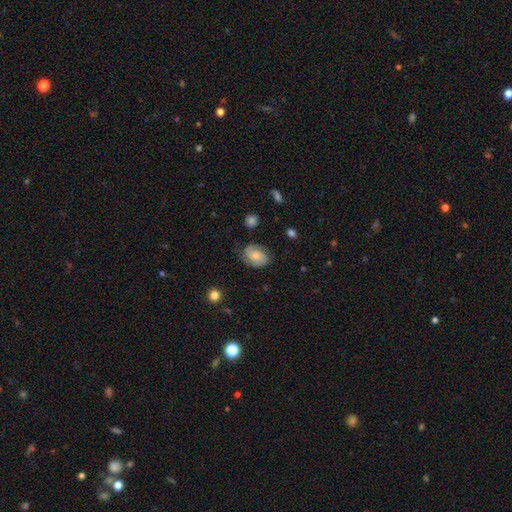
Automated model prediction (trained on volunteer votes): This is possibly a featured or disk galaxy (52%). It is clearly not viewed edge-on (97%). Bar: likely no (68%). Spiral arm pattern: clearly yes (89%). Central bulge: marginally small (44%). Merging: likely none (70%).